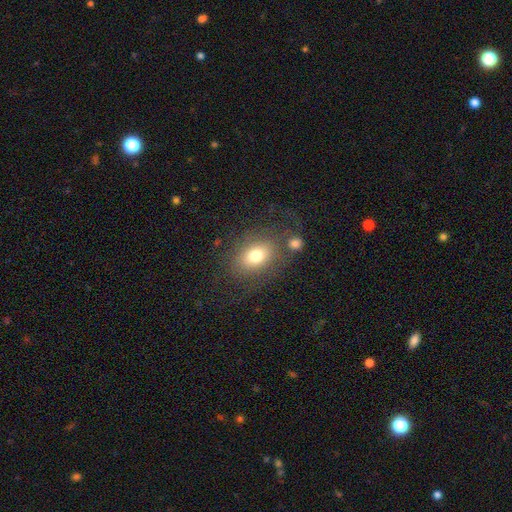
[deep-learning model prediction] Overall: smooth (72%). How rounded: in between (75%). Merging: none (67%).